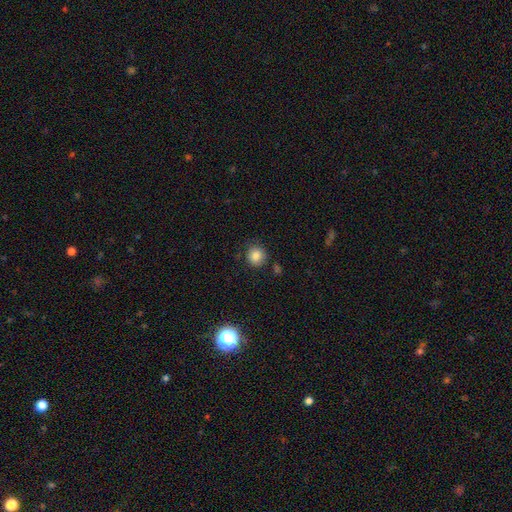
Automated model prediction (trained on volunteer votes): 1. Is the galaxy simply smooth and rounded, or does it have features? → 83% smooth, 11% star or artifact, 6% featured or disk.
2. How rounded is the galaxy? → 87% round, 12% in between, 1% cigar-shaped.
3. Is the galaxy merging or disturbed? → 81% none, 13% minor disturbance, 3% major disturbance, 3% merger.